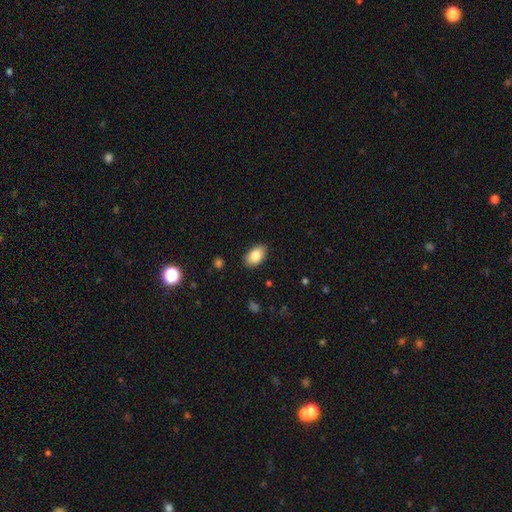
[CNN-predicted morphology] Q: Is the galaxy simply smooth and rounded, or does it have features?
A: smooth — 85%.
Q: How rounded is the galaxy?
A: in between — 92%.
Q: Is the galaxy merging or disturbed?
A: none — 86%.